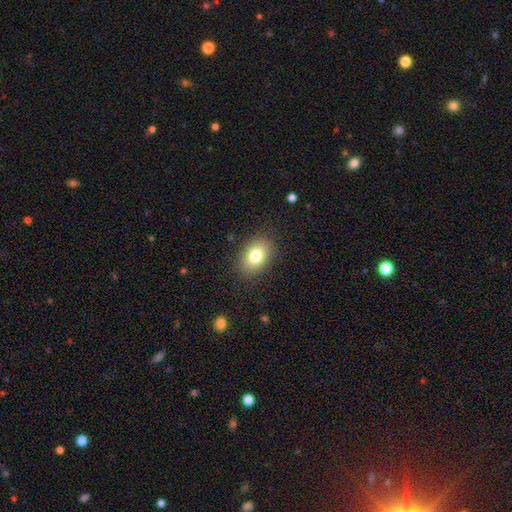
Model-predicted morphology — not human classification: The model was most divided on "how rounded": in between: 83%, round: 16%, cigar-shaped: 1%. More confident: merging — none (85%); smooth or featured — smooth (80%).